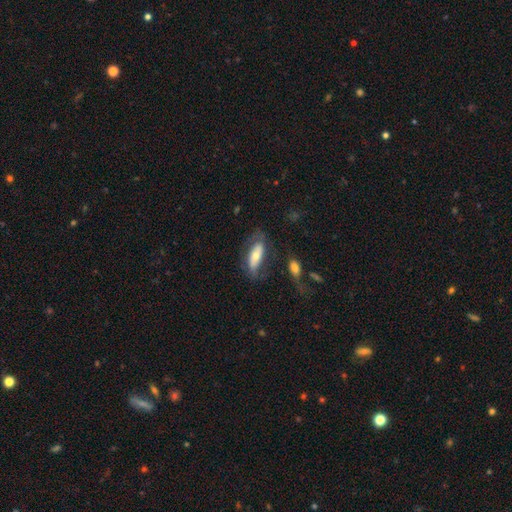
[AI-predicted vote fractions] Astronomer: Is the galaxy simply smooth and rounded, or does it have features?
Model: smooth — 52% (runner-up: featured or disk, 41%).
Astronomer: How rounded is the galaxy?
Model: in between — 70%.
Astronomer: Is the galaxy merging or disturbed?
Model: none — 57%.